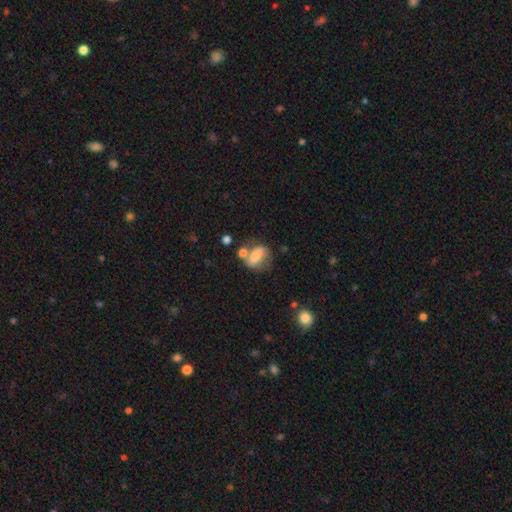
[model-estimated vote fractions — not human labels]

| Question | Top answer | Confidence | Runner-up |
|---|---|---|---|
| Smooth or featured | smooth | 60% | featured or disk (30%) |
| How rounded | in between | 69% | round (23%) |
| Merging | none | 40% | merger (25%) |